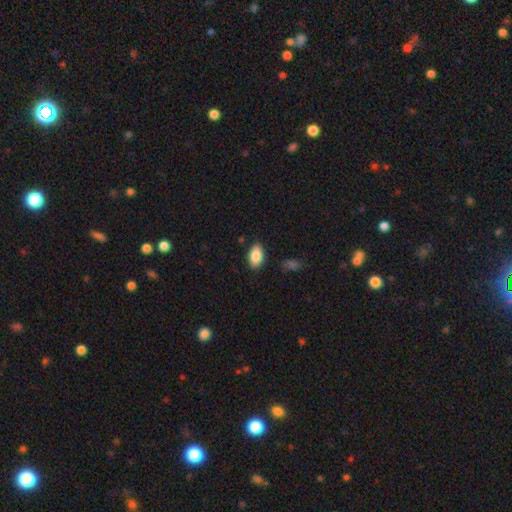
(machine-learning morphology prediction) This appears to be a smooth galaxy with no disk features (87%) that is in between round and cigar-shaped (92%). Merging: none (85%).